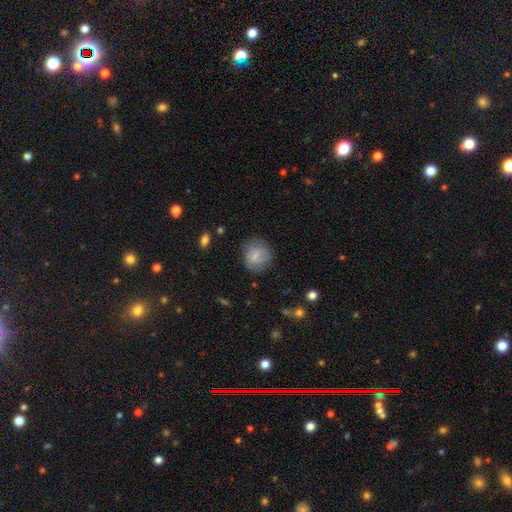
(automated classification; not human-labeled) Smooth or featured? Predicted: smooth (p=0.75). How rounded? Predicted: round (p=0.77). Merging? Predicted: none (p=0.72).